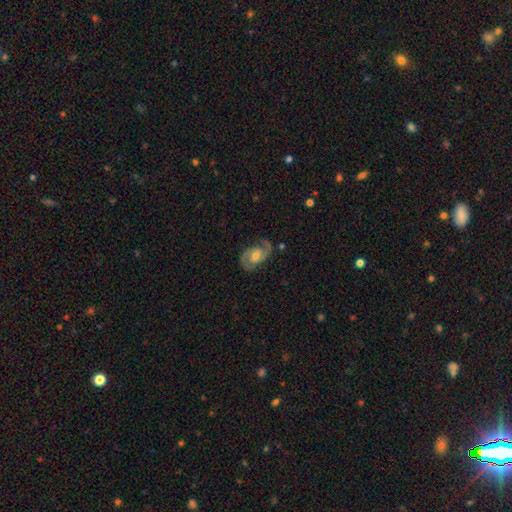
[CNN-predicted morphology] Smooth or featured? featured or disk (88%)
Edge-on disk? no (97%)
Bar? no (52%)
Spiral arms? yes (97%)
Spiral winding? medium (53%)
Spiral arm count? 2 (92%)
Bulge size? moderate (60%)
Merging? none (79%)